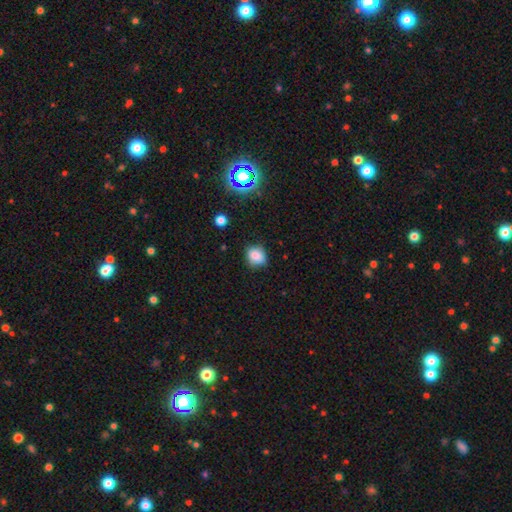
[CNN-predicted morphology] Overall: smooth (83%). How rounded: round (69%; in between 30%). Merging: none (76%).